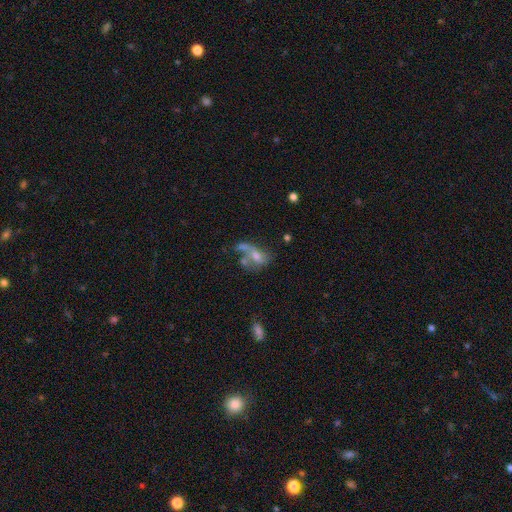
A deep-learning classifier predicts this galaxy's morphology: type=featured or disk (53%); edge-on=no (94%); bar=no (59%); spiral arms=yes (53%); bulge=moderate (42%); merging=major disturbance (31%).